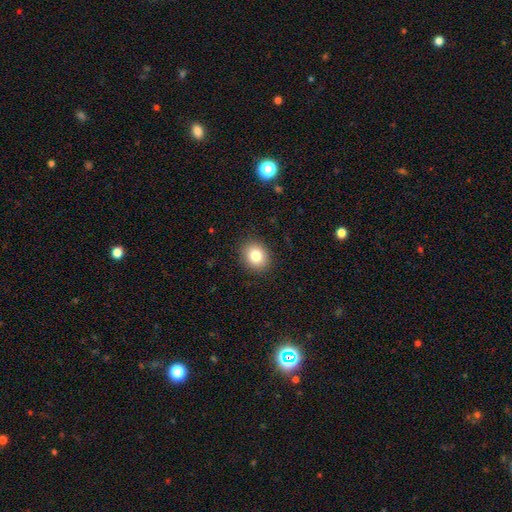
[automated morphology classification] Q: Smooth or featured?
A: smooth (82%); runner-up: star or artifact (10%)
Q: How rounded?
A: round (65%); runner-up: in between (34%)
Q: Merging?
A: none (89%); runner-up: minor disturbance (8%)